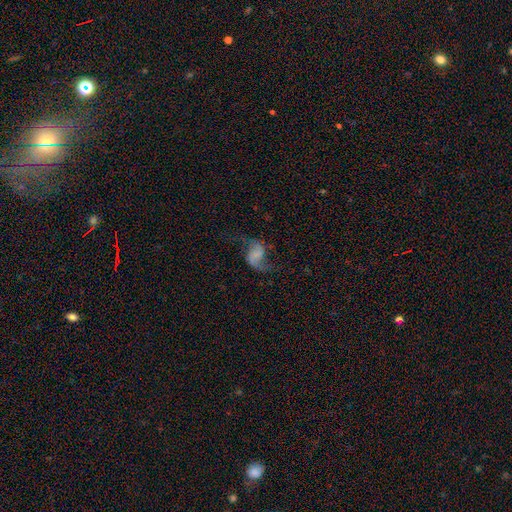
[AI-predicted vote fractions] Smooth or featured: featured or disk — 80% (smooth — 12%)
Edge-on disk: no — 98% (yes — 2%)
Bar: no — 48% (weak — 37%)
Spiral arms: yes — 95% (no — 5%)
Spiral winding: loose — 79% (medium — 18%)
Spiral arm count: 2 — 92% (1 — 4%)
Bulge size: none — 60% (small — 19%)
Merging: none — 67% (minor disturbance — 16%)